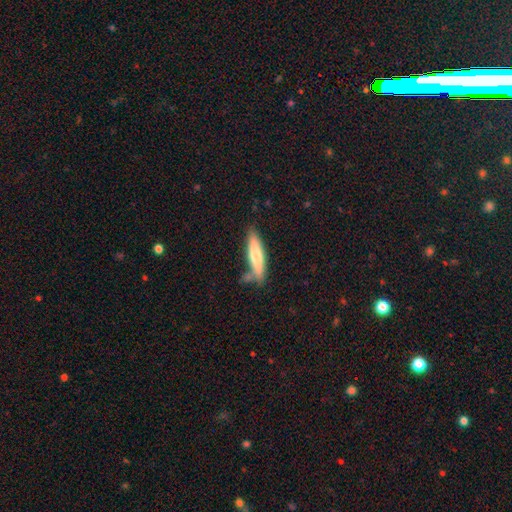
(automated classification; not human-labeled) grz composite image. It shows a smooth galaxy with no disk features (62%) that is cigar-shaped (78%). Merging: none (68%).